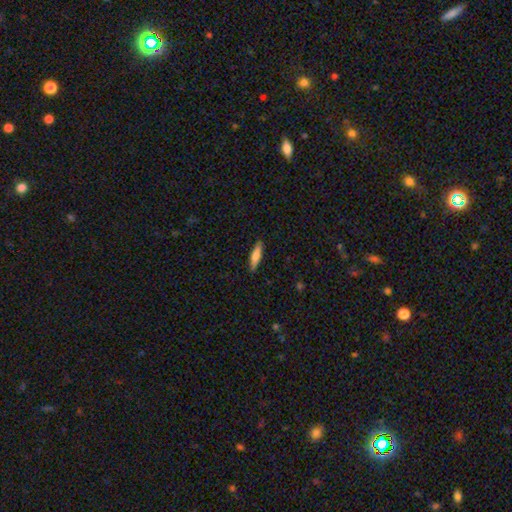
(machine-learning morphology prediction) Overall: smooth (69%). How rounded: cigar-shaped (78%). Merging: none (89%).